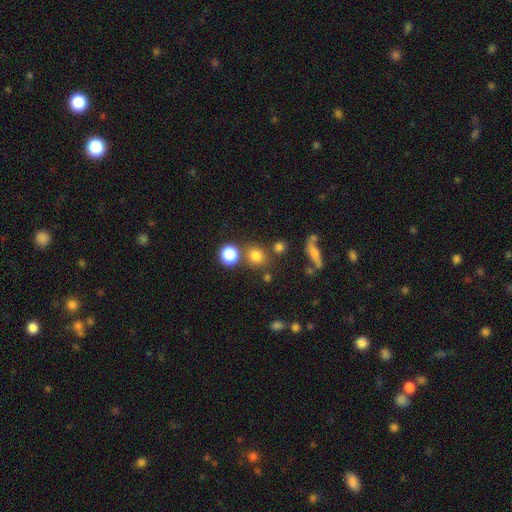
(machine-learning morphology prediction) Smooth or featured: smooth — 77% (star or artifact — 15%)
How rounded: round — 83% (in between — 16%)
Merging: none — 70% (merger — 16%)